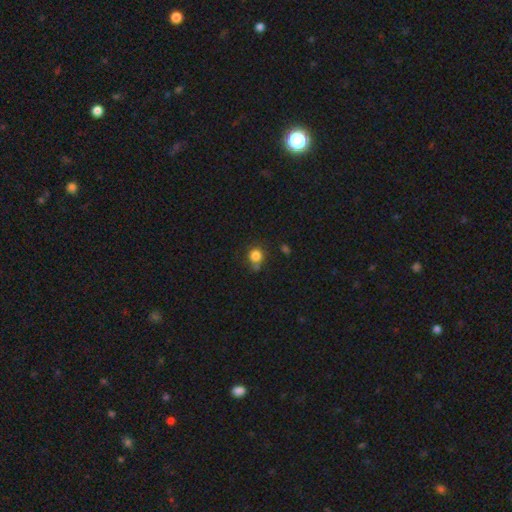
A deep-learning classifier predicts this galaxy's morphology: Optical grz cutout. It shows a smooth galaxy with no disk features (83%) that is round (85%). Merging: none (65%).